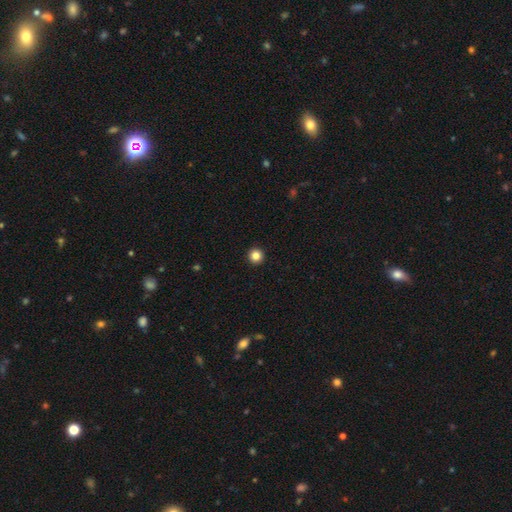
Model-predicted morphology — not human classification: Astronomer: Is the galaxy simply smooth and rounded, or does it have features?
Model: smooth — 85%.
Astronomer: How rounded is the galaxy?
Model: round — 96%.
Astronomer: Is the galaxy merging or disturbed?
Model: none — 94%.